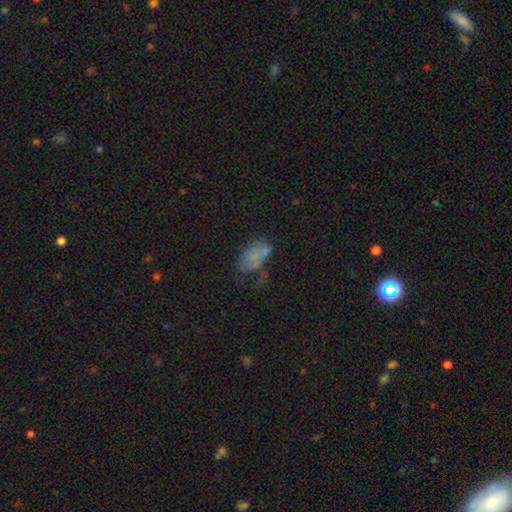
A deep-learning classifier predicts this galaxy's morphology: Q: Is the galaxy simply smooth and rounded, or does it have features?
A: smooth — 62%.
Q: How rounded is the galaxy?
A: in between — 91%.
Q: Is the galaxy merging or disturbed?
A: none — 36%.